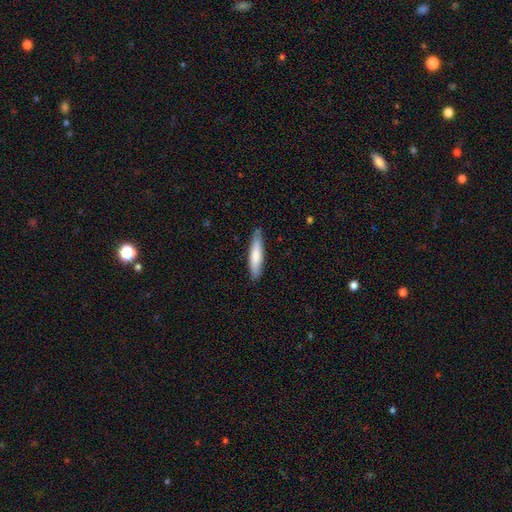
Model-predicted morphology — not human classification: type=smooth (76%); roundness=cigar-shaped (79%); merging=none (84%).